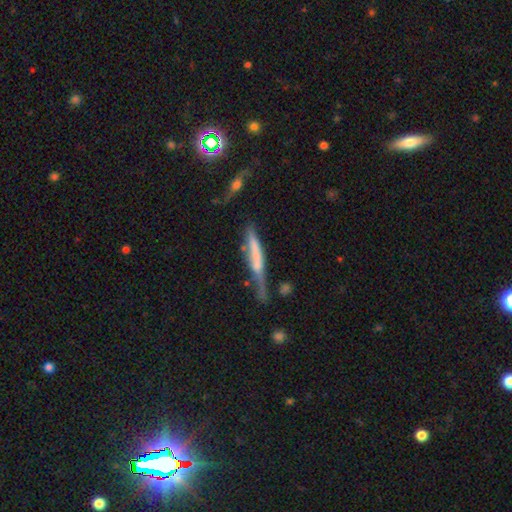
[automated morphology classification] Smooth or featured? featured or disk (54%)
Edge-on disk? yes (91%)
Merging? none (53%)